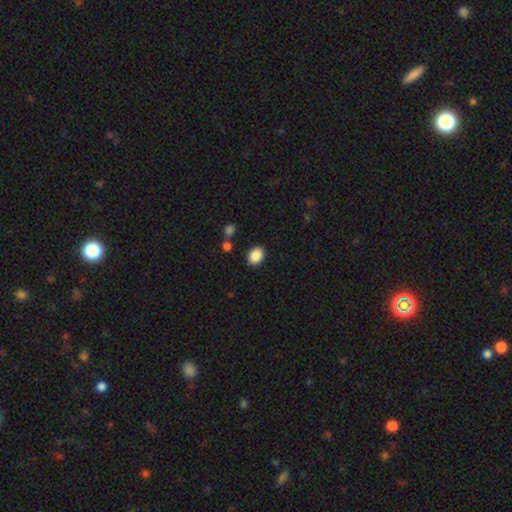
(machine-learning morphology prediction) Overall: smooth (88%). How rounded: in between (57%; round 42%). Merging: none (85%).